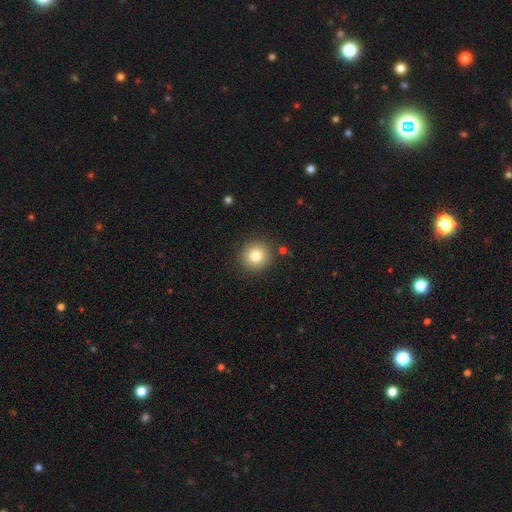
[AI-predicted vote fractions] This is likely a smooth galaxy (80%). How rounded: clearly round (94%). Merging: clearly none (89%).